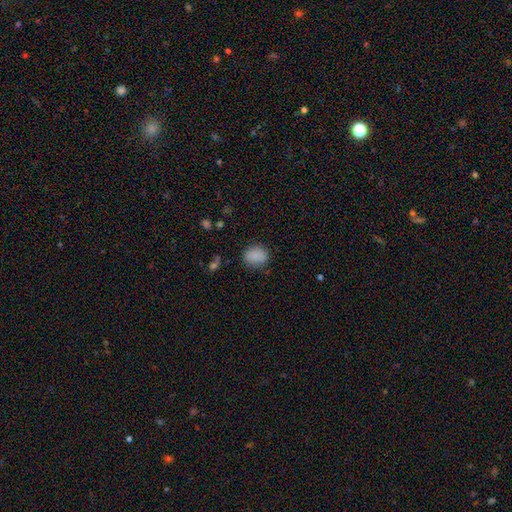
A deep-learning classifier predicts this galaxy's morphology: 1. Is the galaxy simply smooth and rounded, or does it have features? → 86% smooth, 9% star or artifact, 5% featured or disk.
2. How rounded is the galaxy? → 53% round, 46% in between, 1% cigar-shaped.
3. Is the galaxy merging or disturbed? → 83% none, 12% minor disturbance, 3% major disturbance, 1% merger.